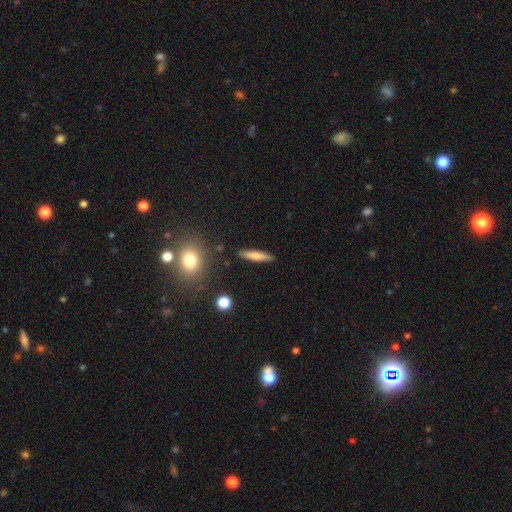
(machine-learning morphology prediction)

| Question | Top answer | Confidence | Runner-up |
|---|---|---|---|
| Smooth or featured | smooth | 73% | featured or disk (19%) |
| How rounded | cigar-shaped | 86% | in between (12%) |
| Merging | none | 88% | minor disturbance (8%) |